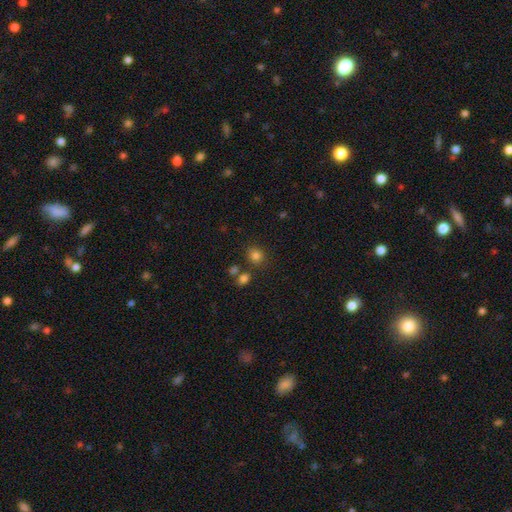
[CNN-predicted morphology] This is clearly a smooth galaxy (81%). How rounded: likely round (73%). Merging: likely none (76%).